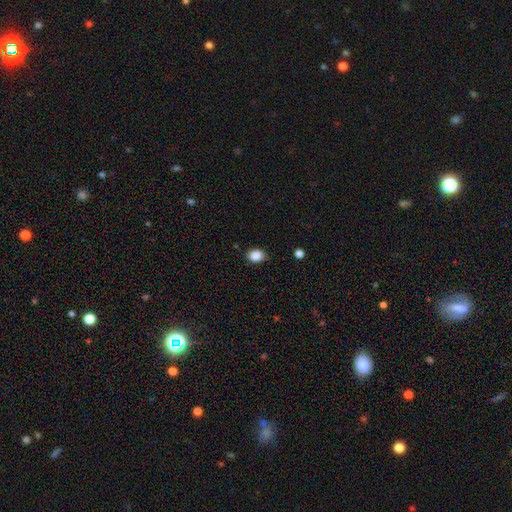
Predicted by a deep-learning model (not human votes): This appears to be a smooth galaxy with no disk features (87%) that is in between round and cigar-shaped (59%). Merging: none (83%).